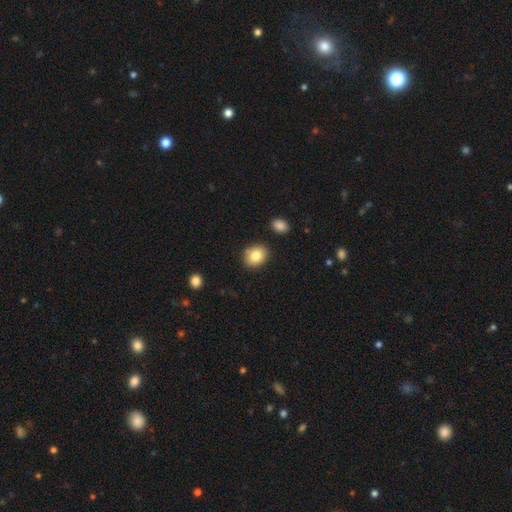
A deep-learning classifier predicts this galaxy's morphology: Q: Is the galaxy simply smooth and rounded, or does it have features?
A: smooth — 83%.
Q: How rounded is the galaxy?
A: round — 54%.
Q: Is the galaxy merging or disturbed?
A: none — 85%.